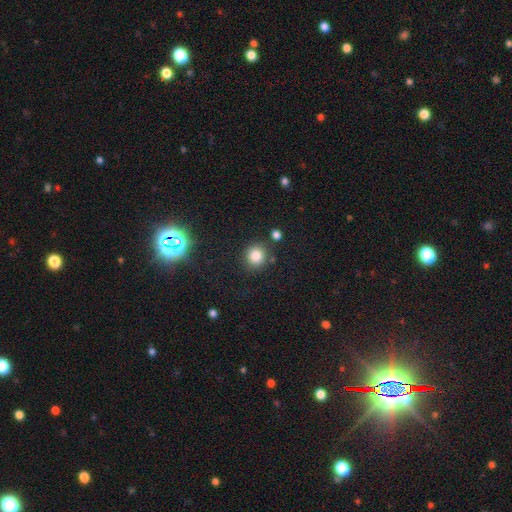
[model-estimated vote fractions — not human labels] Smooth or featured?
  - smooth: 81% *
  - star or artifact: 13%
  - featured or disk: 6%
How rounded?
  - round: 87% *
  - in between: 12%
  - cigar-shaped: 1%
Merging?
  - none: 81% *
  - minor disturbance: 9%
  - merger: 6%
  - major disturbance: 3%